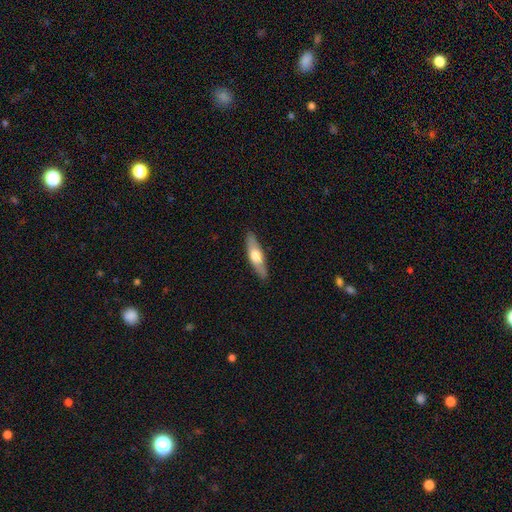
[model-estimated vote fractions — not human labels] This appears to be a smooth galaxy with no disk features (50%) that is cigar-shaped (66%). Merging: none (89%).